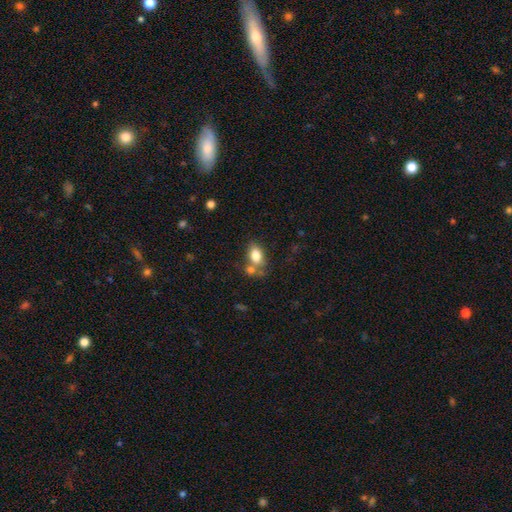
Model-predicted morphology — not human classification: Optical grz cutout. It shows a smooth galaxy with no disk features (80%) that is in between round and cigar-shaped (84%). Merging: none (50%).